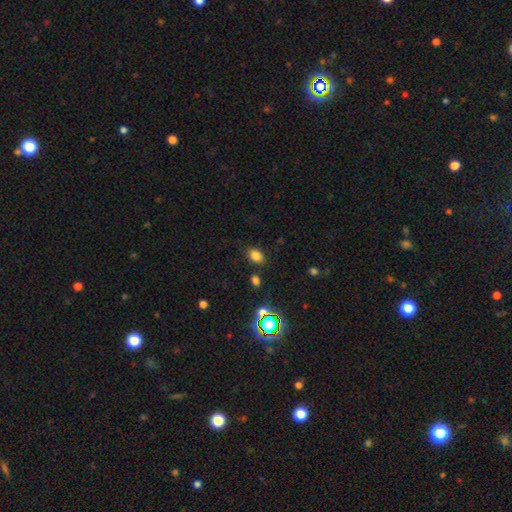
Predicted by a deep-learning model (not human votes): Smooth or featured? Predicted: smooth (p=0.79). How rounded? Predicted: in between (p=0.70). Merging? Predicted: none (p=0.80).